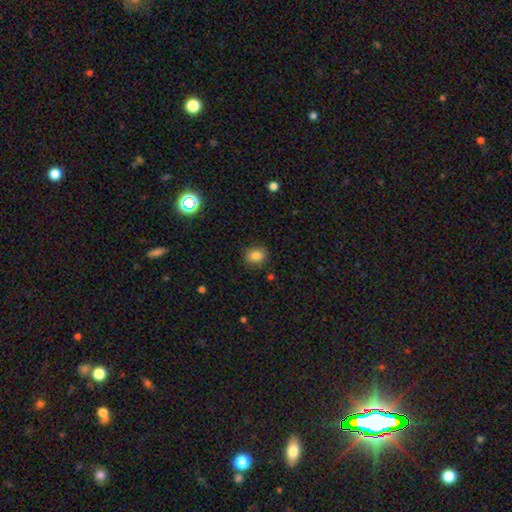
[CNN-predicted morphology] Smooth or featured: smooth — 82% (star or artifact — 11%)
How rounded: round — 63% (in between — 36%)
Merging: none — 87% (minor disturbance — 9%)